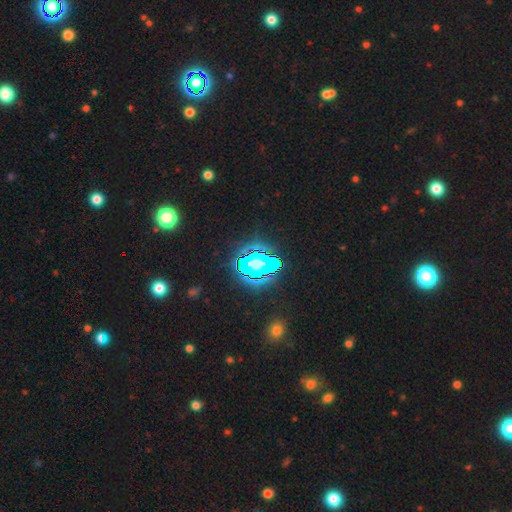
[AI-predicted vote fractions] Q: Smooth or featured?
A: star or artifact (82%); runner-up: smooth (11%)